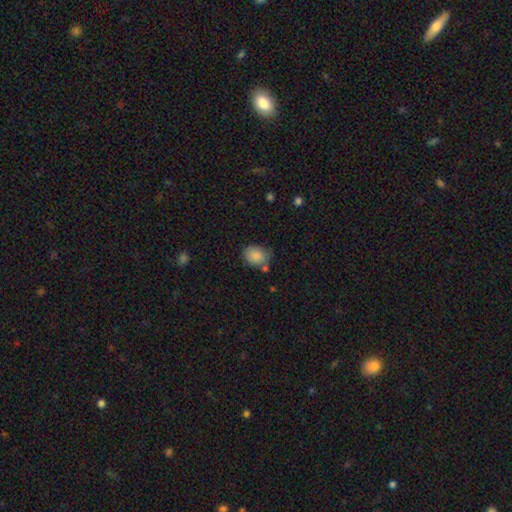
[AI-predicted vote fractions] Smooth or featured?
  - smooth: 86% *
  - star or artifact: 8%
  - featured or disk: 6%
How rounded?
  - in between: 52% *
  - round: 47%
  - cigar-shaped: 1%
Merging?
  - none: 66% *
  - minor disturbance: 21%
  - merger: 8%
  - major disturbance: 5%